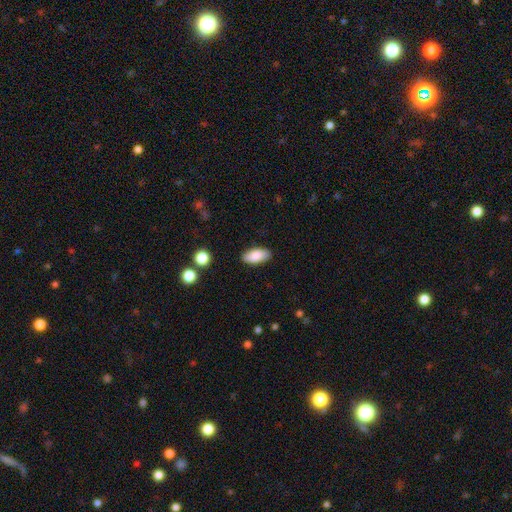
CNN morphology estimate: This is clearly a smooth galaxy (86%). How rounded: clearly in between (91%). Merging: clearly none (87%).